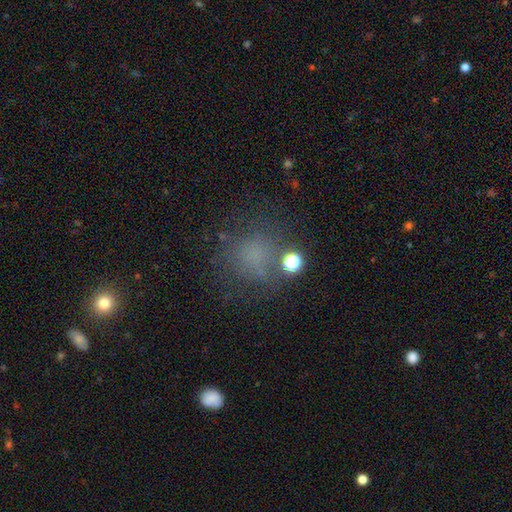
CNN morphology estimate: smooth-or-featured: smooth: 64% | star or artifact: 24% | featured or disk: 12%
  how-rounded: round: 84% | in between: 15% | cigar-shaped: 1%
  merging: none: 68% | minor disturbance: 15% | major disturbance: 12% | merger: 5%